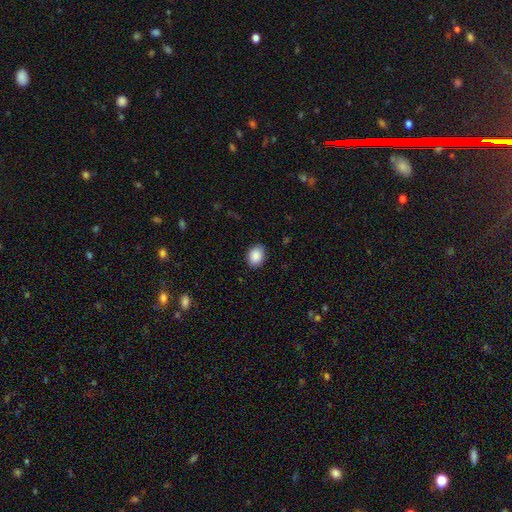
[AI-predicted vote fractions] The model was most divided on "how rounded": in between: 64%, round: 35%, cigar-shaped: 1%. More confident: smooth or featured — smooth (89%); merging — none (87%).